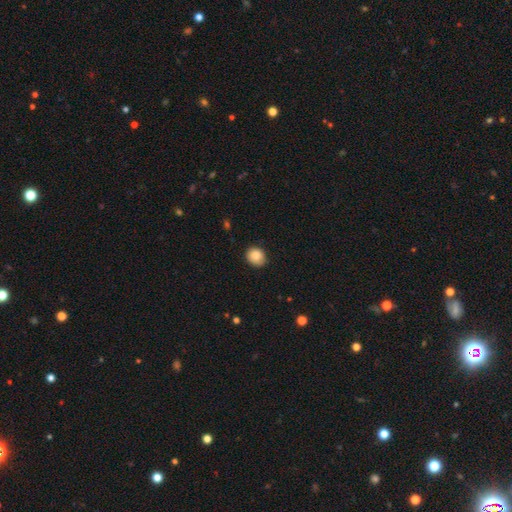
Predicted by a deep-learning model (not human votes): This is clearly a smooth galaxy (85%). How rounded: likely round (74%). Merging: clearly none (81%).